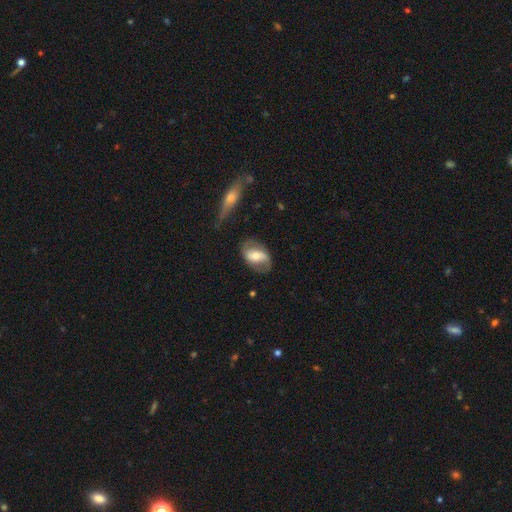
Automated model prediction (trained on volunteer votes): This is possibly a featured or disk galaxy (57%). It is clearly not viewed edge-on (93%). Bar: marginally weak (37%). Spiral arm pattern: likely yes (78%). Central bulge: possibly moderate (58%). Merging: likely none (67%).